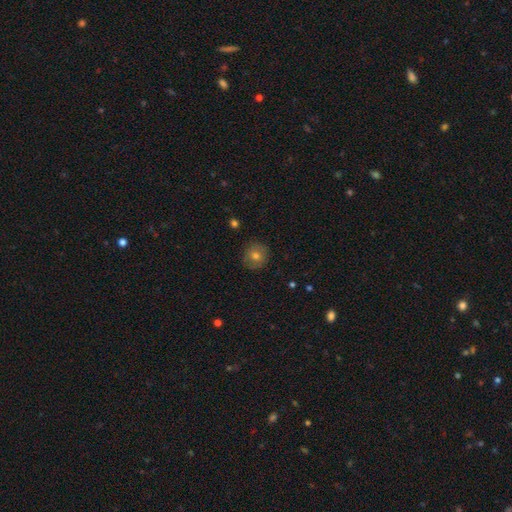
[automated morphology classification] A smooth galaxy with no disk features (68%) that is round (91%). Merging: none (87%).